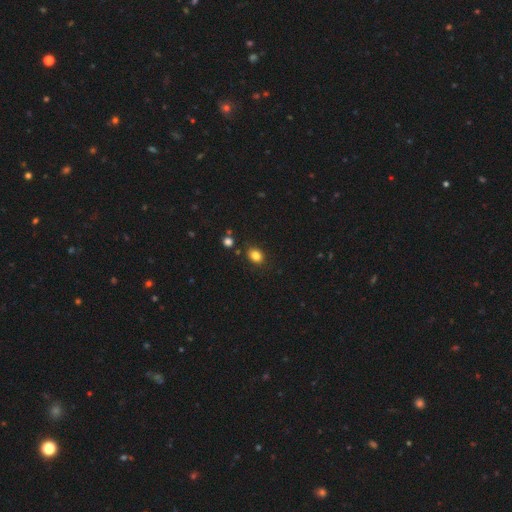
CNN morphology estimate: Q: Smooth or featured?
A: smooth (83%); runner-up: star or artifact (11%)
Q: How rounded?
A: in between (62%); runner-up: round (37%)
Q: Merging?
A: none (83%); runner-up: minor disturbance (11%)